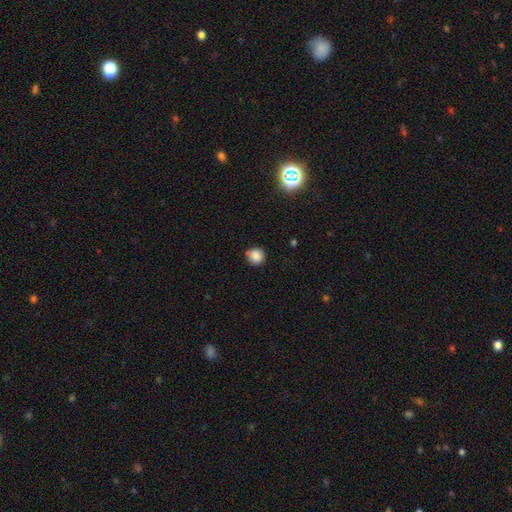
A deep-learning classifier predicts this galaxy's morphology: This appears to be a smooth galaxy with no disk features (86%) that is round (90%). Merging: none (79%).